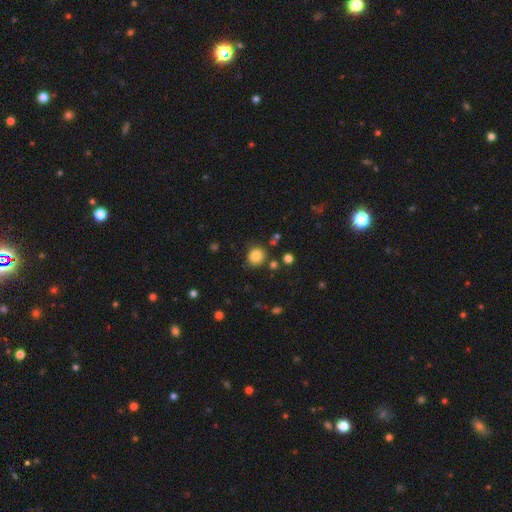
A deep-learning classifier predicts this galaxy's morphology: A smooth galaxy with no disk features (83%) that is round (83%).

Vote fractions:
- Smooth or featured? smooth: 83% / star or artifact: 11% / featured or disk: 6%
- How rounded? round: 83% / in between: 16% / cigar-shaped: 1%
- Merging? none: 83% / minor disturbance: 10% / merger: 4% / major disturbance: 3%